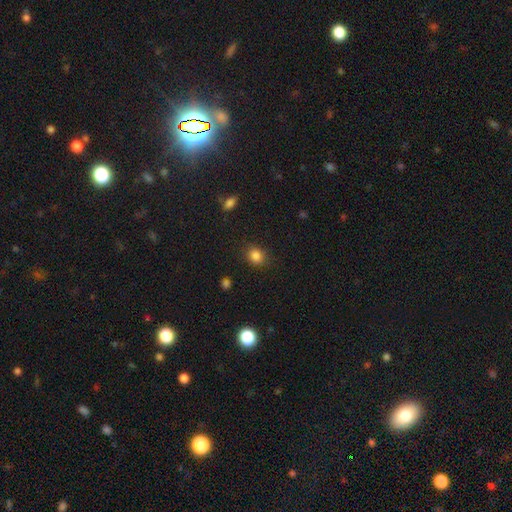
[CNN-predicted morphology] type=smooth (84%); roundness=round (64%); merging=none (85%).